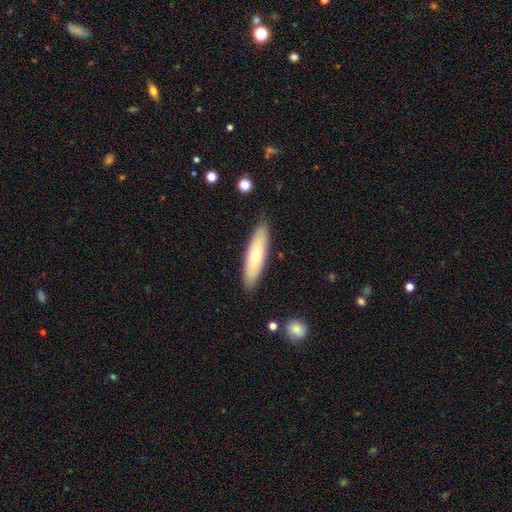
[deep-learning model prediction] Overall: smooth (62%; featured or disk 33%). How rounded: cigar-shaped (64%; in between 34%). Merging: none (87%).